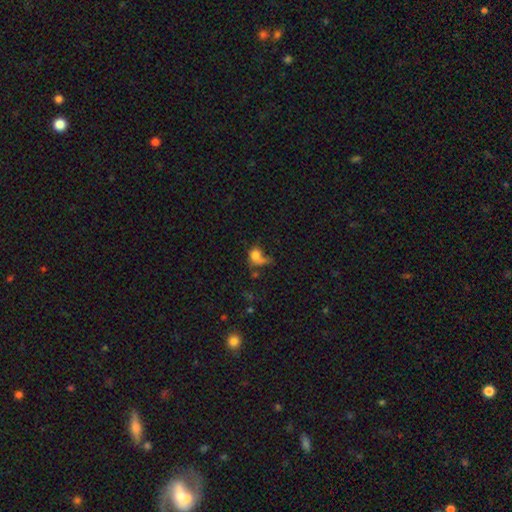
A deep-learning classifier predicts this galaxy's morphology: smooth 67%, featured or disk 20%, star or artifact 13%. Down the decision tree: how rounded — round (50%); merging — major disturbance (43%).